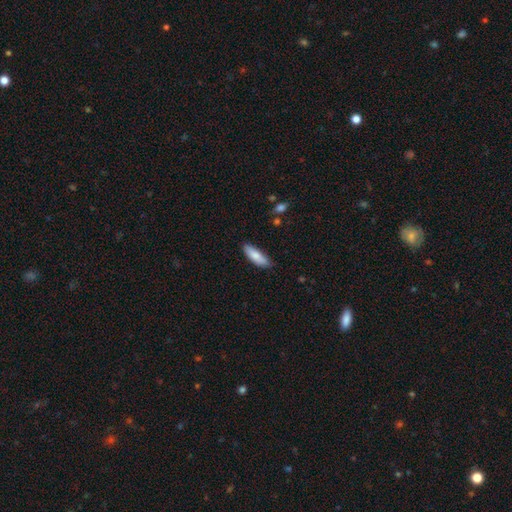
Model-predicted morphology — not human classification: type=smooth (83%); roundness=in between (52%); merging=none (81%).